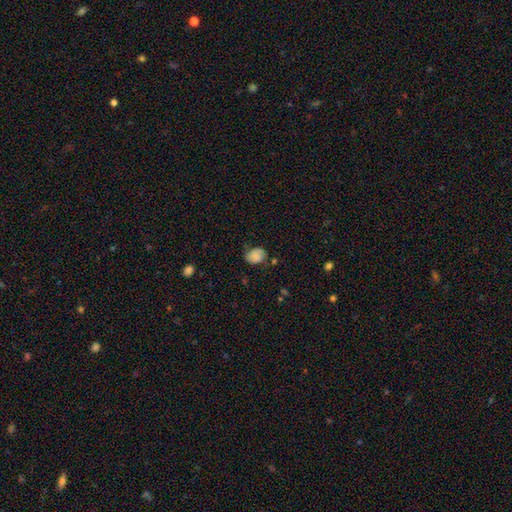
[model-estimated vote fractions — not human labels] A smooth galaxy with no disk features (76%) that is in between round and cigar-shaped (57%). Merging: none (60%).